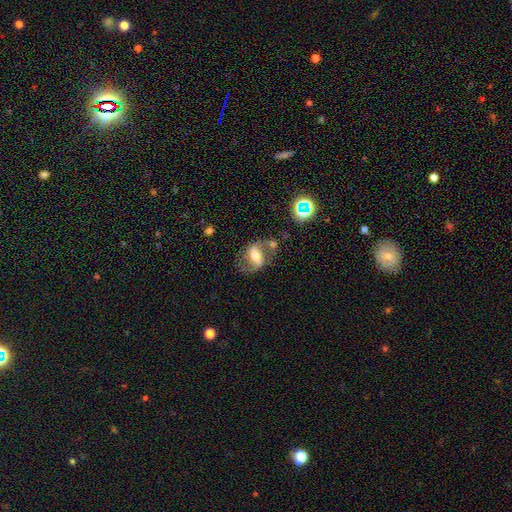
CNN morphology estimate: smooth-or-featured: featured or disk: 64% | smooth: 26% | star or artifact: 10%
  disk-edge-on: no: 92% | yes: 8%
    bar: strong: 52% | weak: 30% | no: 17%
    has-spiral-arms: yes: 75% | no: 25%
    bulge-size: moderate: 59% | small: 22% | large: 15% | none: 2% | dominant: 2%
  merging: none: 56% | minor disturbance: 18% | major disturbance: 13% | merger: 13%